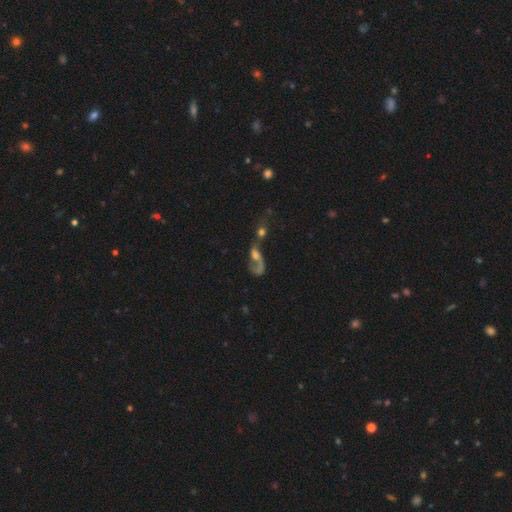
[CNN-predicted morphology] Smooth or featured? Predicted: featured or disk (p=0.55). Edge-on disk? Predicted: no (p=0.91). Bar? Predicted: no (p=0.75). Spiral arms? Predicted: yes (p=0.62). Bulge size? Predicted: moderate (p=0.38). Merging? Predicted: merger (p=0.51).